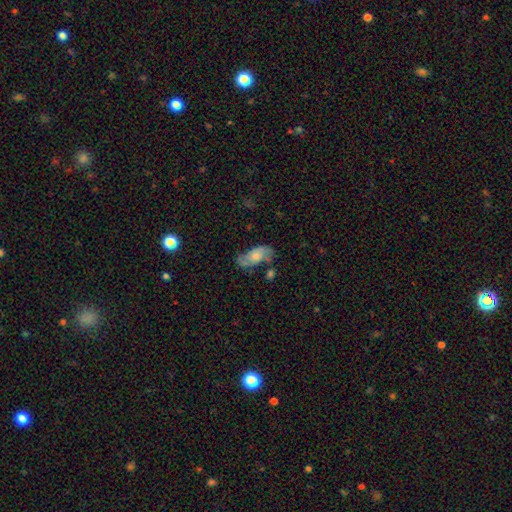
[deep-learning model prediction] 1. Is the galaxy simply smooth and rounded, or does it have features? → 52% featured or disk, 41% smooth, 7% star or artifact.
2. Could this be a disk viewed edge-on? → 92% no, 8% yes.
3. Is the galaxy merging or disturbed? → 53% none, 26% minor disturbance, 12% major disturbance, 9% merger.